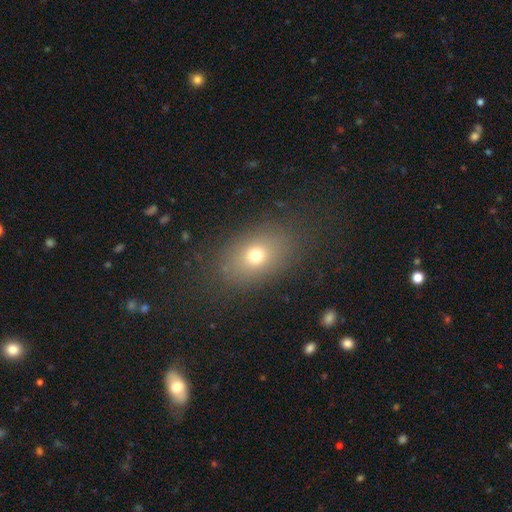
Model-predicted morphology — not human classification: Smooth or featured? Predicted: smooth (p=0.70). How rounded? Predicted: in between (p=0.72). Merging? Predicted: none (p=0.81).